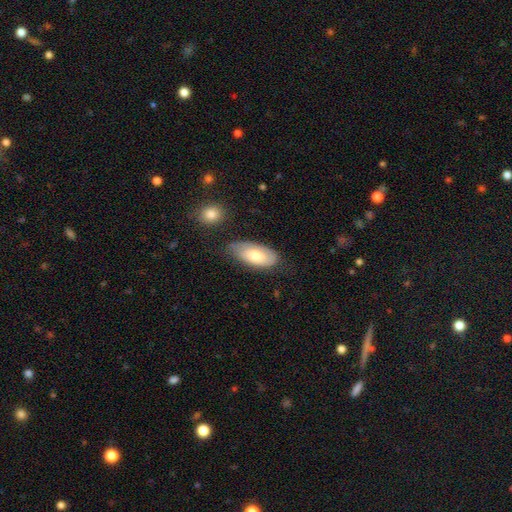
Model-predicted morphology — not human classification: Smooth or featured: smooth — 66% (featured or disk — 28%)
How rounded: in between — 90% (cigar-shaped — 7%)
Merging: none — 63% (minor disturbance — 27%)